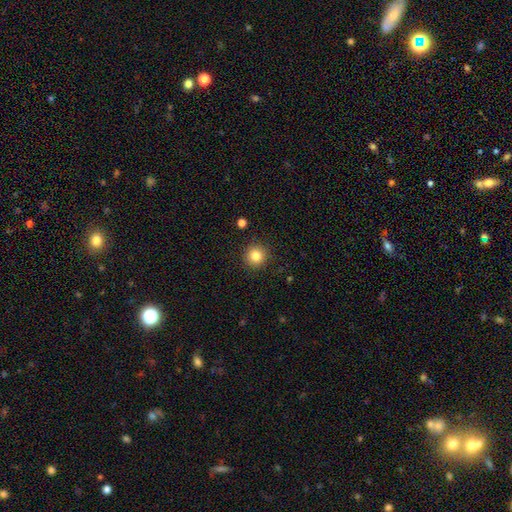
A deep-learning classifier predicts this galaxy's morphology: This appears to be a smooth galaxy with no disk features (83%) that is round (94%). Merging: none (91%).